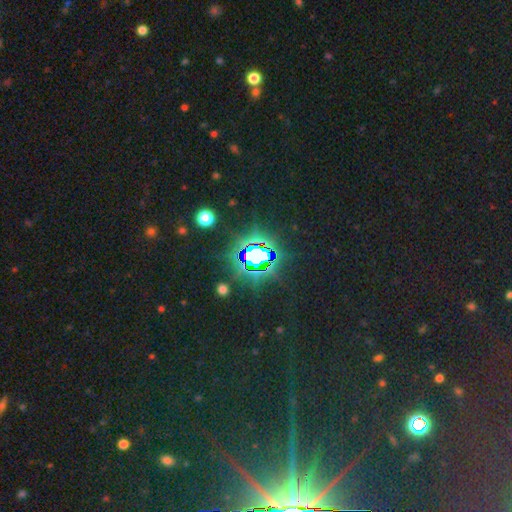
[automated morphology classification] A star or artifact, not a galaxy (80%).

Vote fractions:
- Smooth or featured? star or artifact: 80% / smooth: 10% / featured or disk: 9%